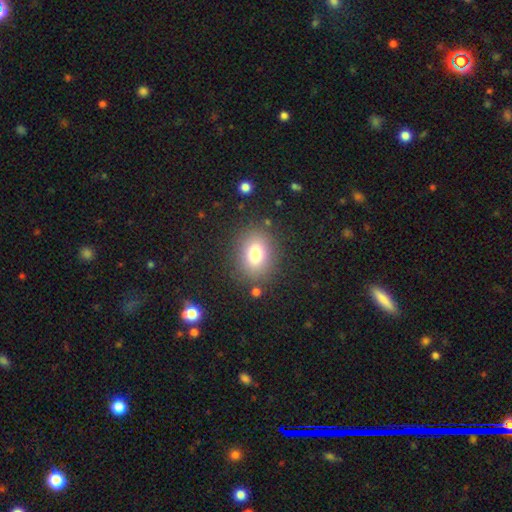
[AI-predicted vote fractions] Smooth or featured? Predicted: smooth (p=0.77). How rounded? Predicted: in between (p=0.55). Merging? Predicted: none (p=0.83).